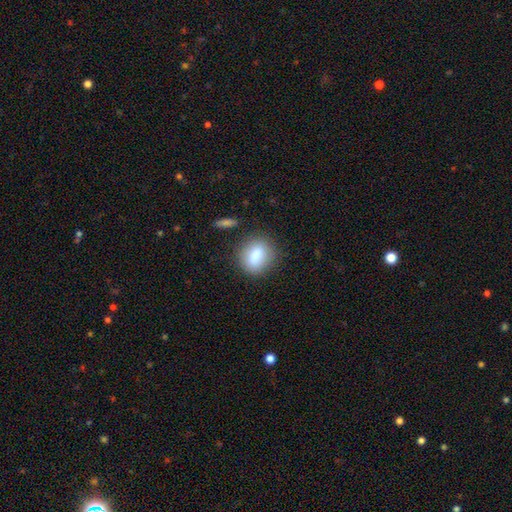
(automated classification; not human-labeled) Morphology: type=smooth (84%); roundness=in between (54%); merging=none (77%).